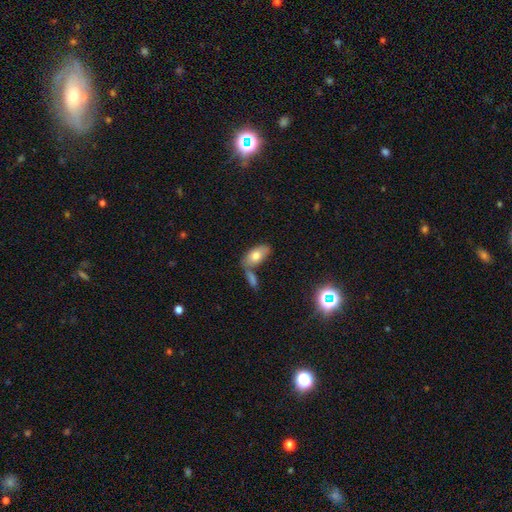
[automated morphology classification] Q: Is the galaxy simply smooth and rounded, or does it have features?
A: smooth — 74%.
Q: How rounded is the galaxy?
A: in between — 91%.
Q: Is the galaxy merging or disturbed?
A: none — 49%.